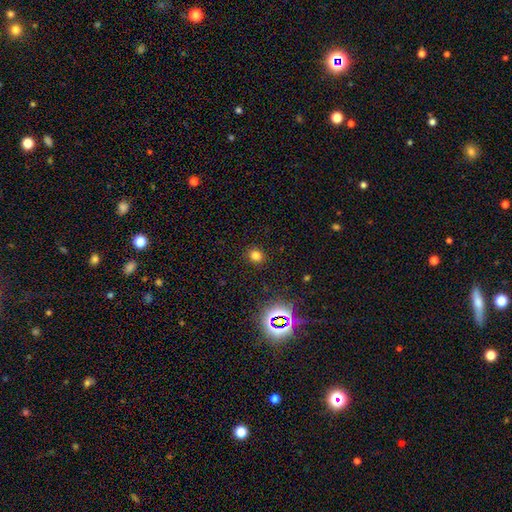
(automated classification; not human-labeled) smooth-or-featured: smooth: 75% | star or artifact: 20% | featured or disk: 5%
  how-rounded: round: 81% | in between: 18% | cigar-shaped: 1%
  merging: none: 90% | minor disturbance: 7% | major disturbance: 3% | merger: 1%